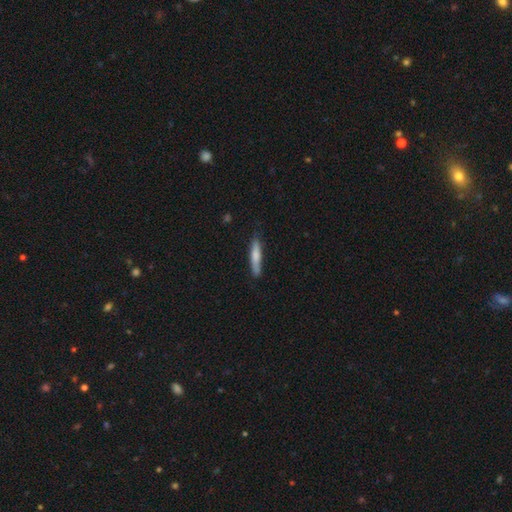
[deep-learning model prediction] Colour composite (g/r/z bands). It shows a smooth galaxy with no disk features (71%) that is cigar-shaped (88%). Merging: none (78%).